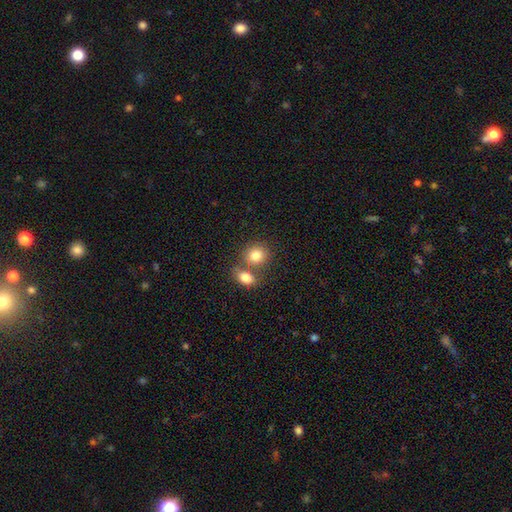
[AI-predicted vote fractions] A smooth galaxy with no disk features (82%) that is round (73%).

Vote fractions:
- Smooth or featured? smooth: 82% / featured or disk: 9% / star or artifact: 9%
- How rounded? round: 73% / in between: 26% / cigar-shaped: 1%
- Merging? none: 46% / merger: 42% / minor disturbance: 9% / major disturbance: 3%